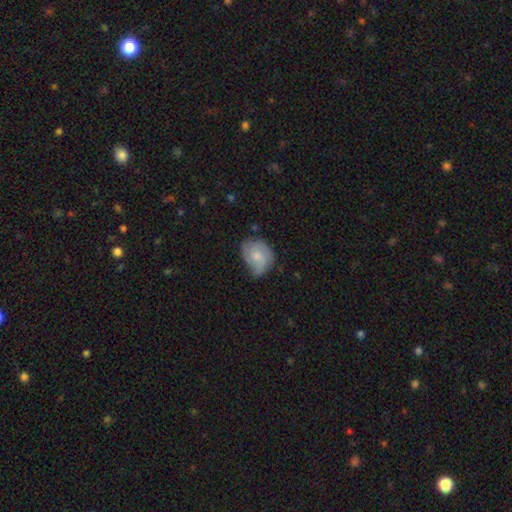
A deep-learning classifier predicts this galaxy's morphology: smooth-or-featured: featured or disk: 49% | smooth: 44% | star or artifact: 7%
  merging: none: 53% | minor disturbance: 34% | major disturbance: 11% | merger: 2%